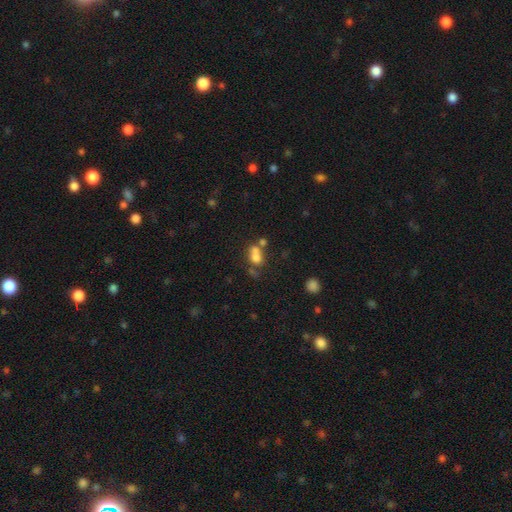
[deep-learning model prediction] Smooth or featured?
  - smooth: 66% *
  - featured or disk: 20%
  - star or artifact: 14%
How rounded?
  - in between: 50% *
  - round: 47%
  - cigar-shaped: 2%
Merging?
  - merger: 54% *
  - none: 29%
  - minor disturbance: 10%
  - major disturbance: 7%